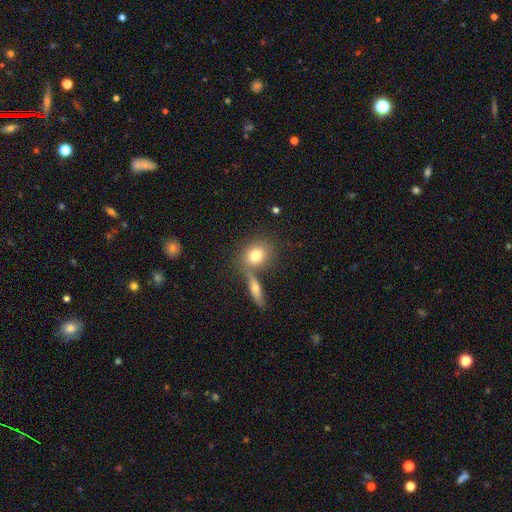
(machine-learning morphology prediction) type=smooth (76%); roundness=round (62%); merging=none (58%).